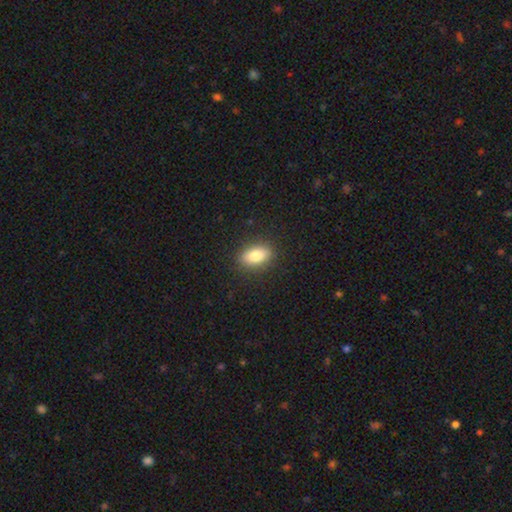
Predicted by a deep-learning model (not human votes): This is clearly a smooth galaxy (83%). How rounded: clearly in between (86%). Merging: clearly none (88%).